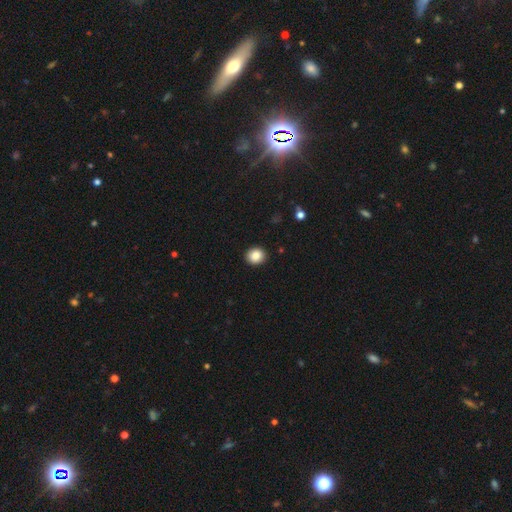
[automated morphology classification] smooth 86%, star or artifact 9%, featured or disk 5%. Down the decision tree: how rounded — round (72%); merging — none (92%).